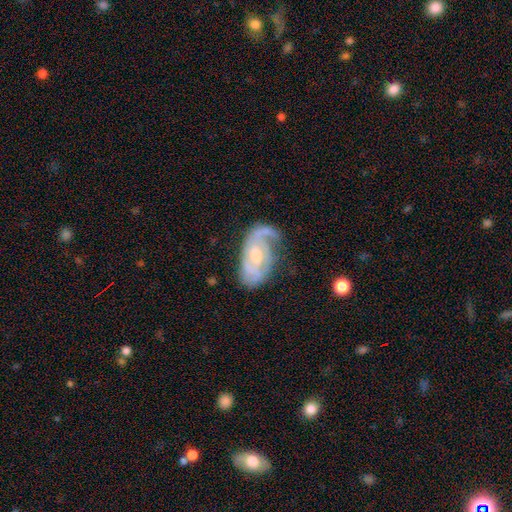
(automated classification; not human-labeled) featured or disk 84%, smooth 11%, star or artifact 5%. Down the decision tree: edge-on disk — no (96%); bar — weak (49%); spiral arms — yes (94%); spiral arm count — 2 (50%); spiral winding — tight (48%); bulge size — moderate (57%); merging — none (53%).